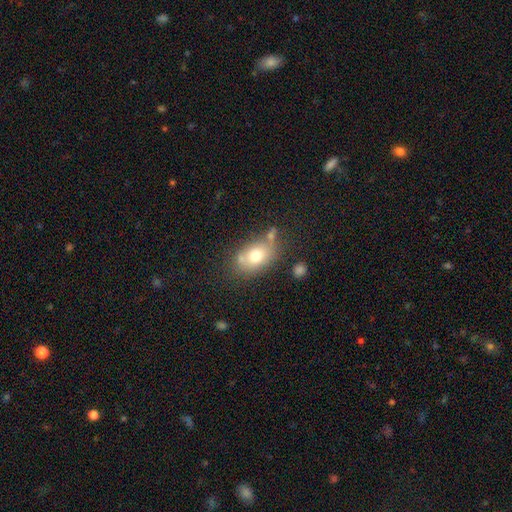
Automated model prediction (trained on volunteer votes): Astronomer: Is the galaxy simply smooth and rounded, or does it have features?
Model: smooth — 71%.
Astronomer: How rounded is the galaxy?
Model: in between — 80%.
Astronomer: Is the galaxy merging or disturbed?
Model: none — 57%.